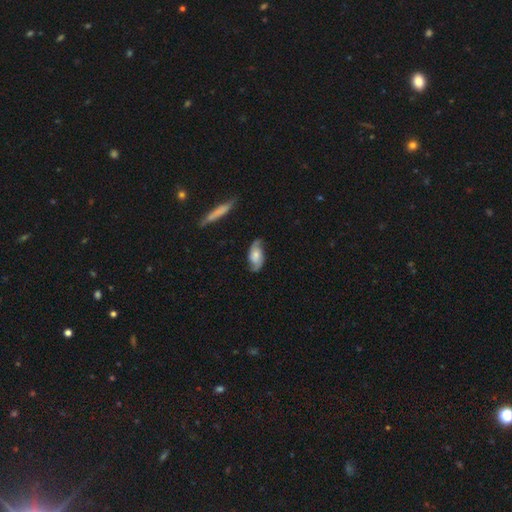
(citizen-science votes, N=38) Smooth or featured: featured or disk — 84% (smooth — 13%)
Edge-on disk: no — 91% (yes — 9%)
Bar: no — 62% (weak — 34%)
Spiral arms: yes — 79% (no — 21%)
Spiral winding: loose — 61% (tight — 22%)
Spiral arm count: 2 — 83% (can't tell — 13%)
Bulge size: small — 45% (moderate — 31%)
Merging: none — 86% (minor disturbance — 11%)